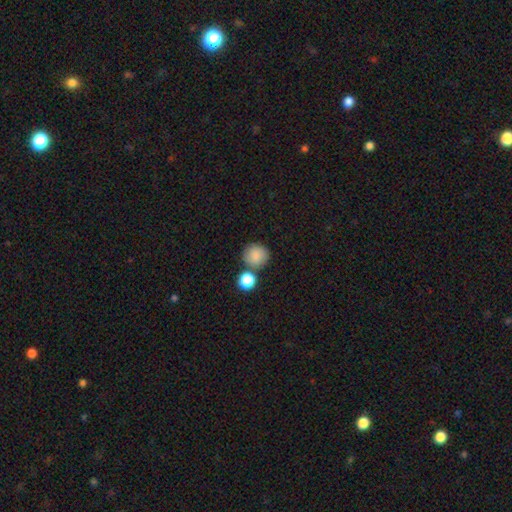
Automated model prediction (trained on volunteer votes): This is clearly a smooth galaxy (85%). How rounded: clearly round (88%). Merging: likely none (70%).